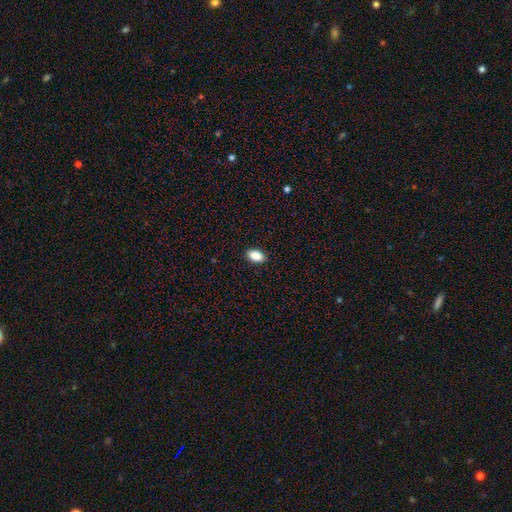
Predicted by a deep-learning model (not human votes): Smooth or featured?
  - smooth: 87% *
  - star or artifact: 8%
  - featured or disk: 6%
How rounded?
  - in between: 92% *
  - round: 5%
  - cigar-shaped: 3%
Merging?
  - none: 90% *
  - minor disturbance: 7%
  - major disturbance: 2%
  - merger: 1%